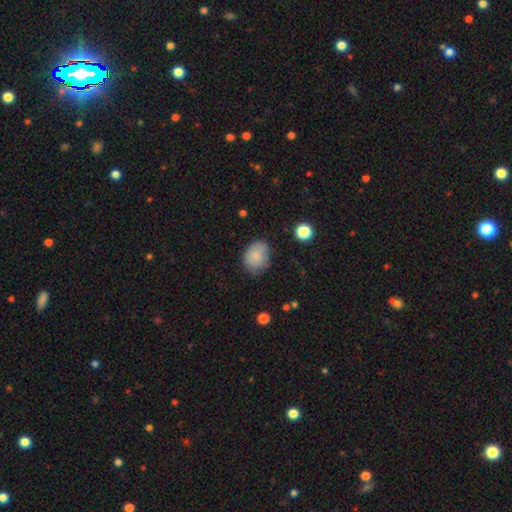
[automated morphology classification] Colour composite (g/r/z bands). It shows a smooth galaxy with no disk features (84%) that is in between round and cigar-shaped (61%). Merging: none (69%).